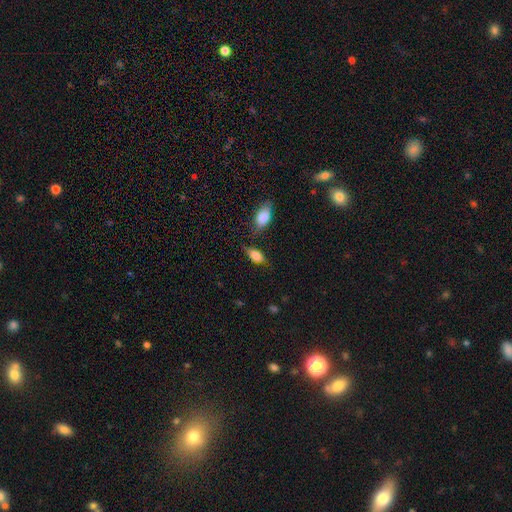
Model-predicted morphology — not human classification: smooth-or-featured: smooth: 80% | featured or disk: 12% | star or artifact: 8%
  how-rounded: in between: 86% | cigar-shaped: 9% | round: 5%
  merging: none: 63% | minor disturbance: 24% | major disturbance: 7% | merger: 6%